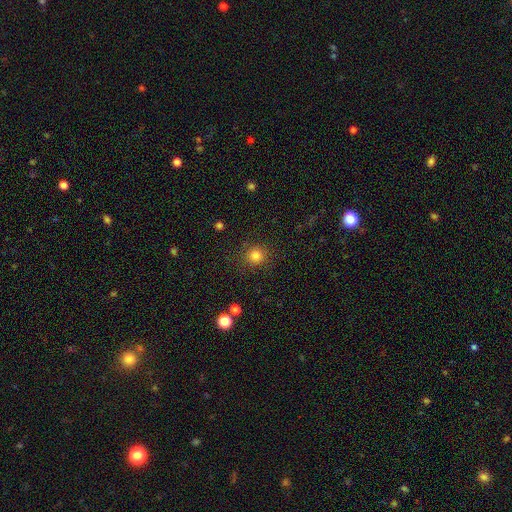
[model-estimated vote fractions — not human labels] This appears to be a smooth galaxy with no disk features (82%) that is round (92%). Merging: none (87%).